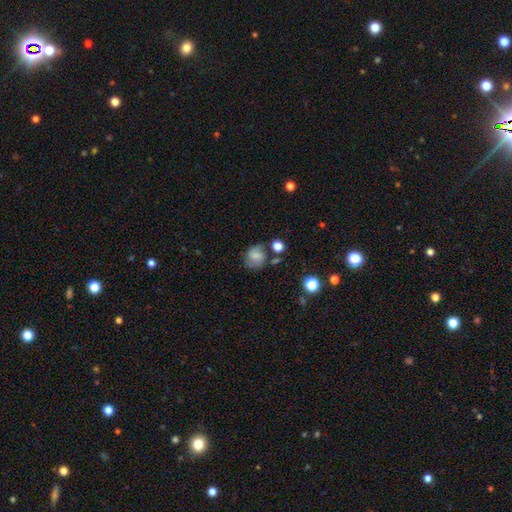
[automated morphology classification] The model was most divided on "smooth or featured": smooth: 62%, featured or disk: 27%, star or artifact: 11%. More confident: how rounded — round (70%); merging — none (63%).